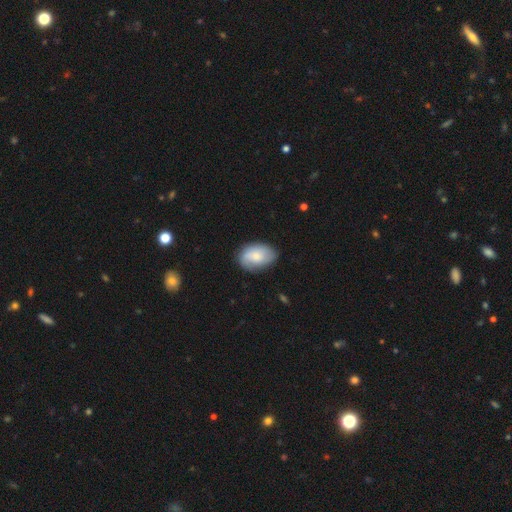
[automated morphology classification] smooth-or-featured: smooth: 66% | featured or disk: 28% | star or artifact: 7%
  how-rounded: in between: 86% | round: 13% | cigar-shaped: 1%
  merging: none: 74% | minor disturbance: 20% | major disturbance: 5% | merger: 1%